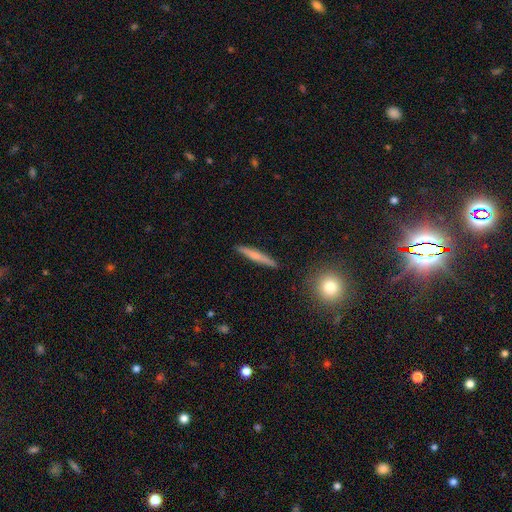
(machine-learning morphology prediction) smooth_or_featured: smooth (p=0.59) [alt: featured or disk p=0.34]
how_rounded: cigar-shaped (p=0.94) [alt: in between p=0.04]
merging: none (p=0.89) [alt: minor disturbance p=0.08]